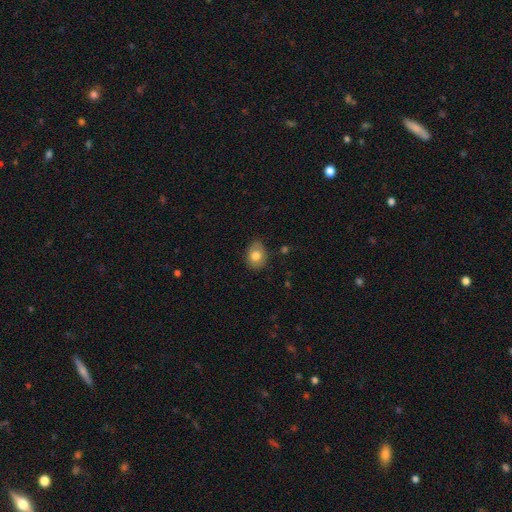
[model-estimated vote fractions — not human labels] Smooth or featured? Predicted: smooth (p=0.78). How rounded? Predicted: in between (p=0.59). Merging? Predicted: none (p=0.75).